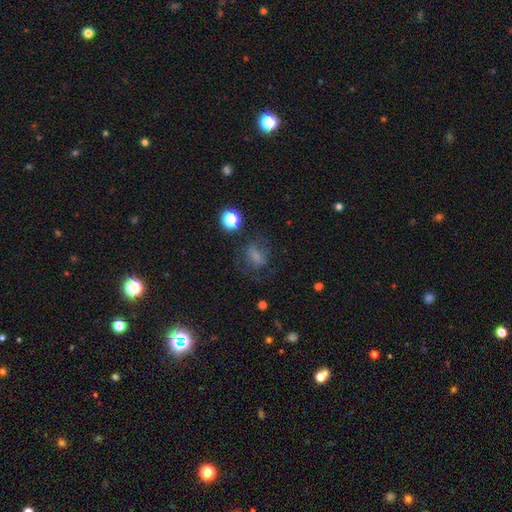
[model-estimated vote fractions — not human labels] Smooth or featured? Predicted: smooth (p=0.60). How rounded? Predicted: in between (p=0.54). Merging? Predicted: none (p=0.53).